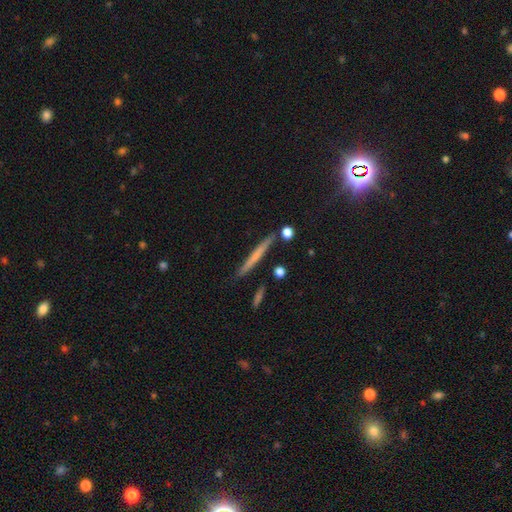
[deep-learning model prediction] This appears to be a smooth galaxy with no disk features (48%). Merging: none (86%).